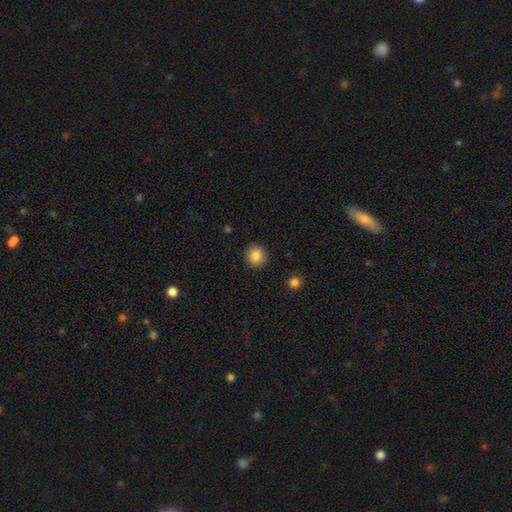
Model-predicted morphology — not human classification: Smooth or featured? Predicted: smooth (p=0.85). How rounded? Predicted: round (p=0.91). Merging? Predicted: none (p=0.91).